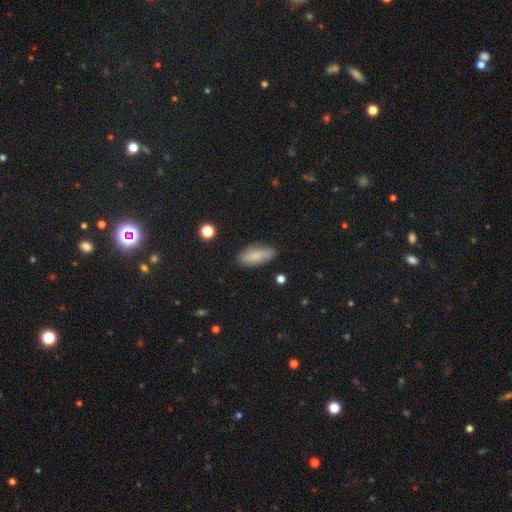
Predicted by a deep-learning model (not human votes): A smooth galaxy with no disk features (74%) that is in between round and cigar-shaped (83%). Merging: none (79%).